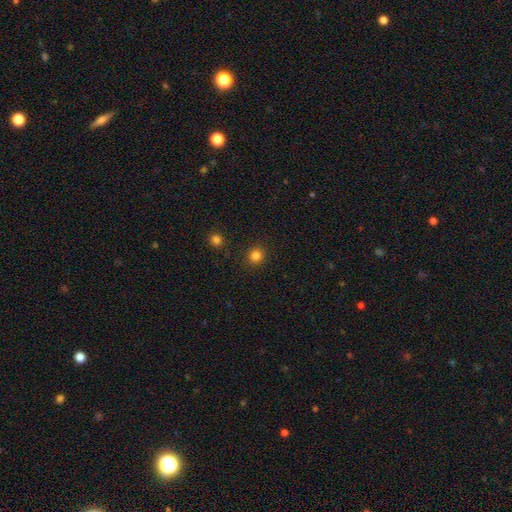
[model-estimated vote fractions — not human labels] Overall: smooth (83%). How rounded: round (92%). Merging: none (91%).